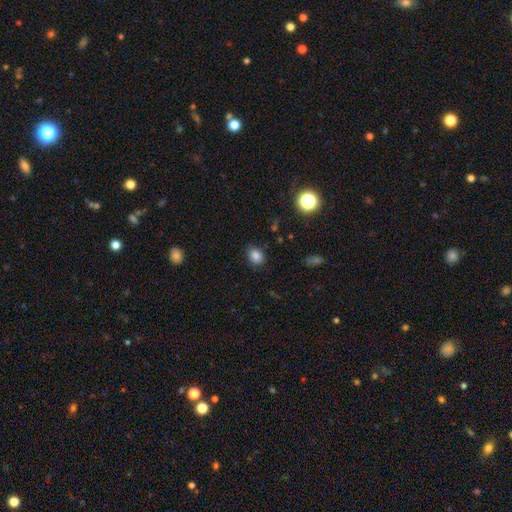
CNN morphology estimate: A smooth galaxy with no disk features (82%) that is round (50%).

Vote fractions:
- Smooth or featured? smooth: 82% / star or artifact: 13% / featured or disk: 5%
- How rounded? round: 50% / in between: 48% / cigar-shaped: 1%
- Merging? none: 79% / minor disturbance: 16% / major disturbance: 4% / merger: 2%